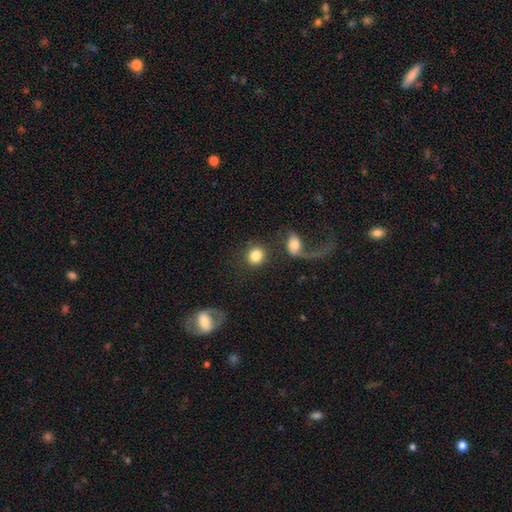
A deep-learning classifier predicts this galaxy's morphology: smooth_or_featured: smooth (p=0.82) [alt: featured or disk p=0.10]
how_rounded: round (p=0.84) [alt: in between p=0.14]
merging: none (p=0.65) [alt: merger p=0.16]